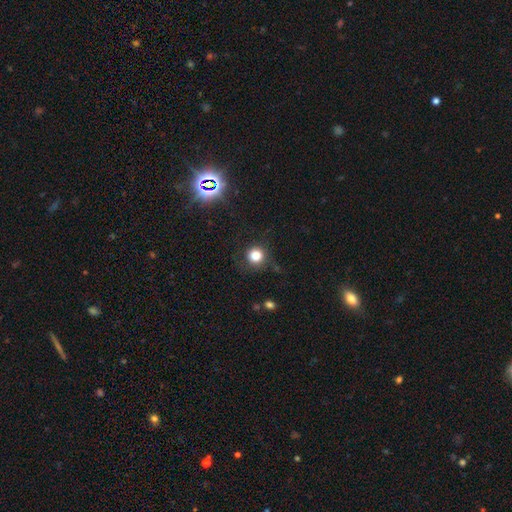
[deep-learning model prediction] The model was most divided on "smooth or featured": smooth: 80%, star or artifact: 14%, featured or disk: 6%. More confident: how rounded — round (93%); merging — none (80%).